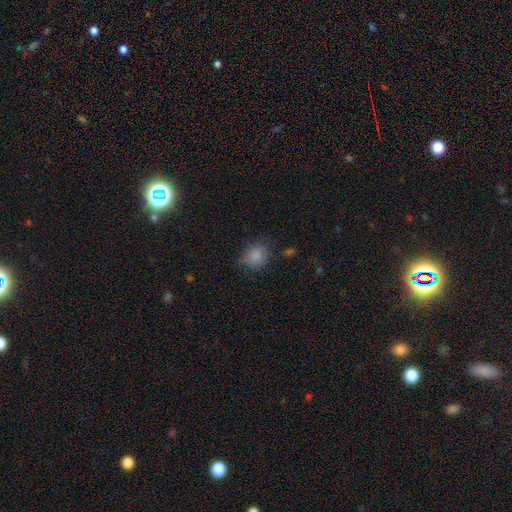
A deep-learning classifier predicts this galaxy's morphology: smooth_or_featured: smooth (p=0.83) [alt: star or artifact p=0.10]
how_rounded: round (p=0.65) [alt: in between p=0.34]
merging: none (p=0.61) [alt: minor disturbance p=0.28]